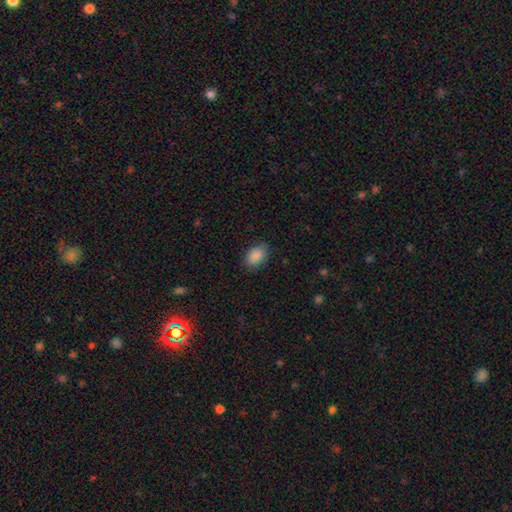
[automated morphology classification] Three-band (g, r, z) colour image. It shows a smooth galaxy with no disk features (89%) that is in between round and cigar-shaped (83%). Merging: none (82%).